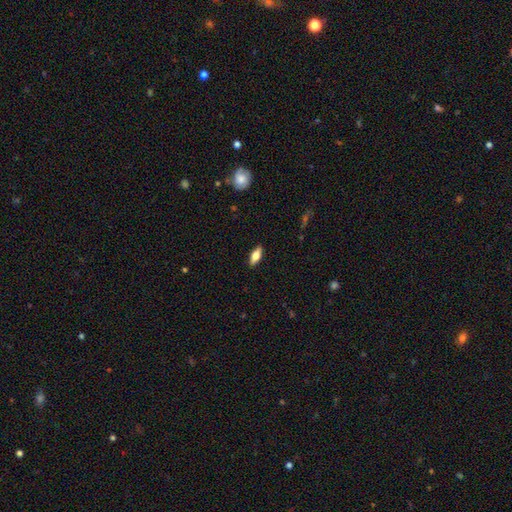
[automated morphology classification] This appears to be a smooth galaxy with no disk features (64%) that is in between round and cigar-shaped (76%). Merging: none (89%).